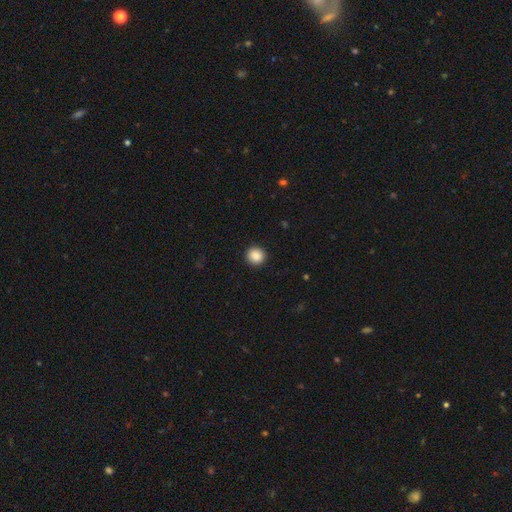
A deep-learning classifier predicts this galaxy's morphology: Smooth or featured? Predicted: smooth (p=0.88). How rounded? Predicted: round (p=0.93). Merging? Predicted: none (p=0.93).